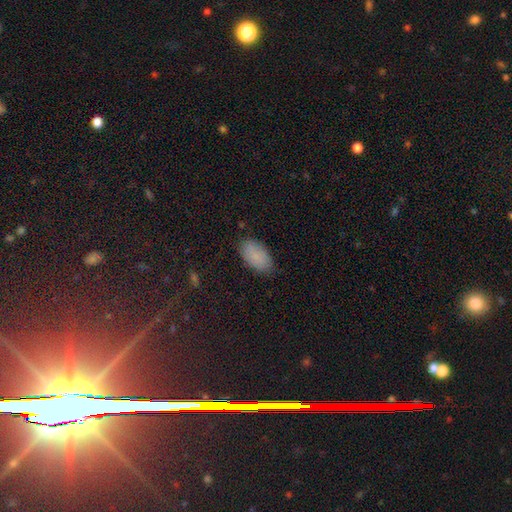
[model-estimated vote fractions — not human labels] Smooth or featured? smooth (85%)
How rounded? in between (95%)
Merging? none (84%)